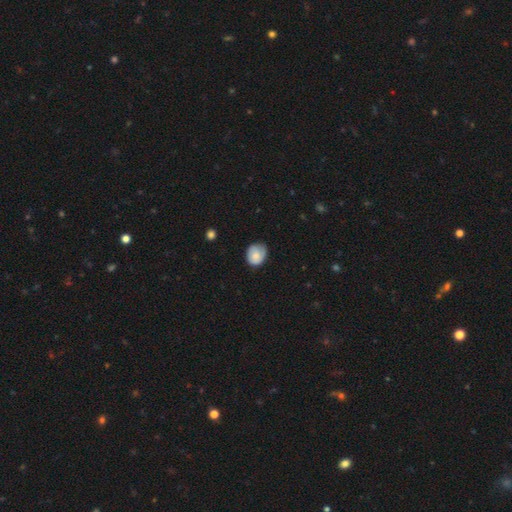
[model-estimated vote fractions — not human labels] smooth_or_featured: smooth (p=0.77) [alt: featured or disk p=0.15]
how_rounded: round (p=0.63) [alt: in between p=0.36]
merging: none (p=0.61) [alt: minor disturbance p=0.32]